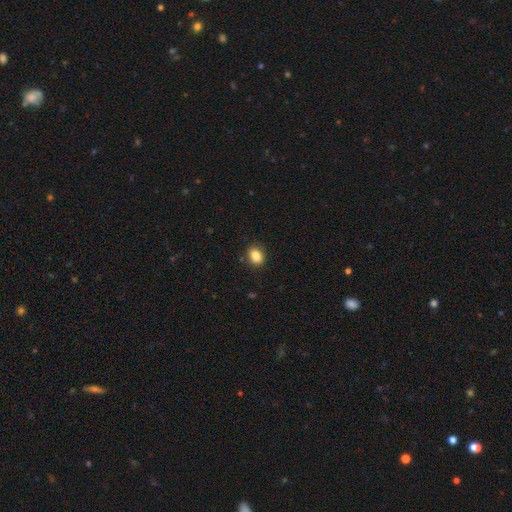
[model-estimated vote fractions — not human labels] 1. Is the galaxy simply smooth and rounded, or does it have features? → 85% smooth, 9% star or artifact, 6% featured or disk.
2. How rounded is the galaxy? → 66% in between, 32% round, 1% cigar-shaped.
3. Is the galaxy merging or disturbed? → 82% none, 13% minor disturbance, 3% major disturbance, 2% merger.